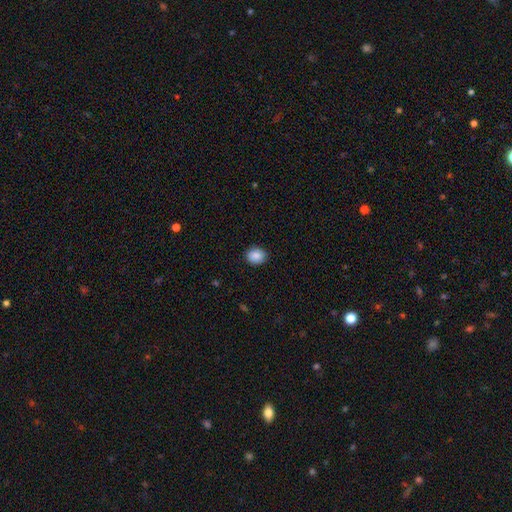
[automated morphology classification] This is clearly a smooth galaxy (87%). How rounded: possibly round (56%). Merging: clearly none (88%).